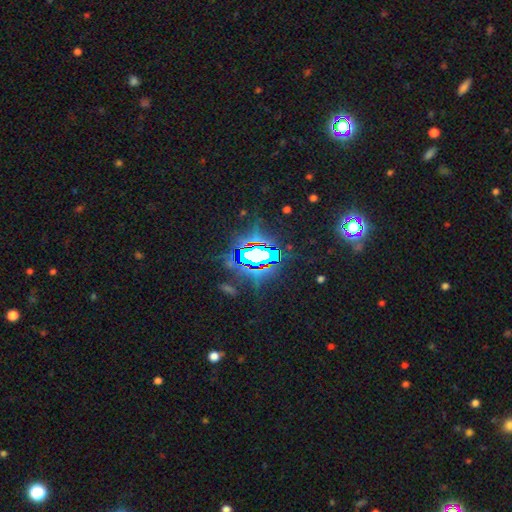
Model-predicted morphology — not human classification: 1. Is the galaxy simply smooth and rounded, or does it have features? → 75% star or artifact, 13% featured or disk, 12% smooth.